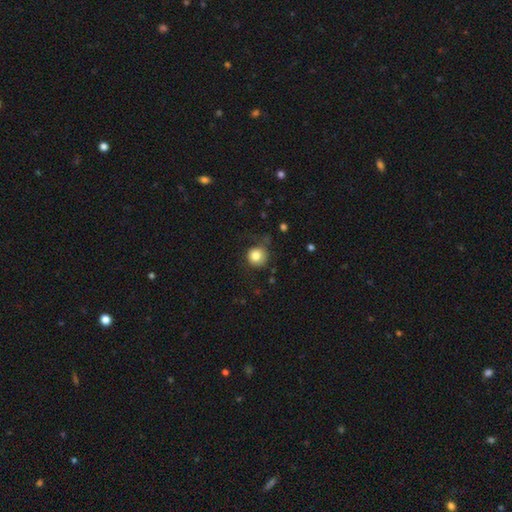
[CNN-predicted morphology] This is clearly a smooth galaxy (81%). How rounded: clearly round (91%). Merging: likely none (66%).